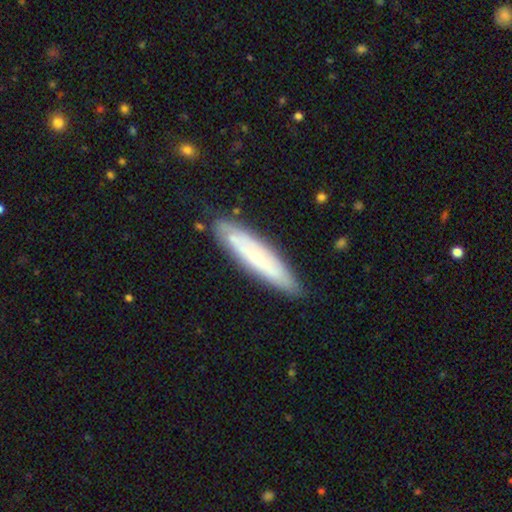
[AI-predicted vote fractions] smooth-or-featured: featured or disk: 47% | smooth: 46% | star or artifact: 6%
  merging: none: 82% | minor disturbance: 13% | major disturbance: 3% | merger: 2%